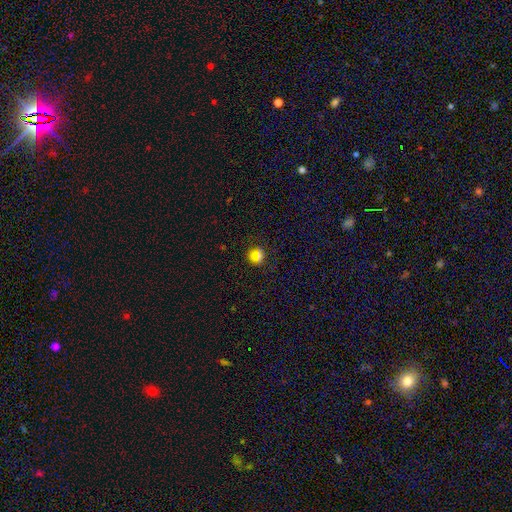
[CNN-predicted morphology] smooth 70%, star or artifact 20%, featured or disk 9%. Down the decision tree: how rounded — round (90%); merging — none (74%).